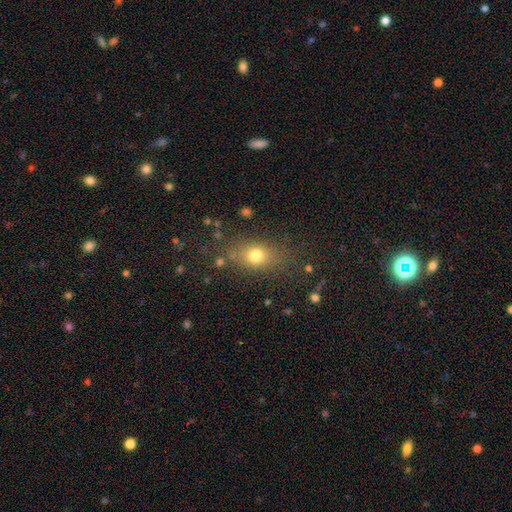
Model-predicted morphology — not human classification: type=smooth (74%); roundness=in between (62%); merging=none (76%).